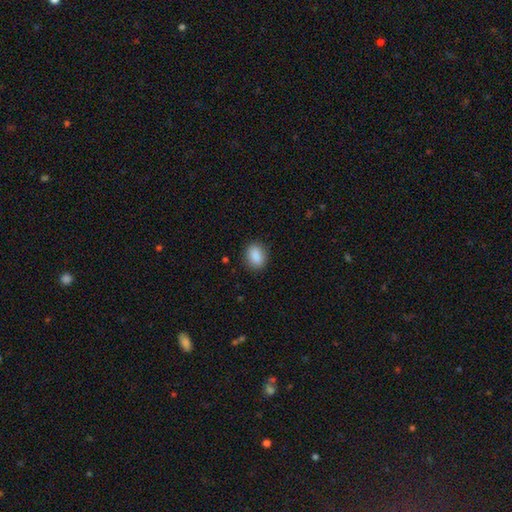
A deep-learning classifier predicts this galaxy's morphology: Smooth or featured?
  - smooth: 88% *
  - star or artifact: 8%
  - featured or disk: 4%
How rounded?
  - in between: 67% *
  - round: 31%
  - cigar-shaped: 1%
Merging?
  - none: 87% *
  - minor disturbance: 9%
  - major disturbance: 3%
  - merger: 1%